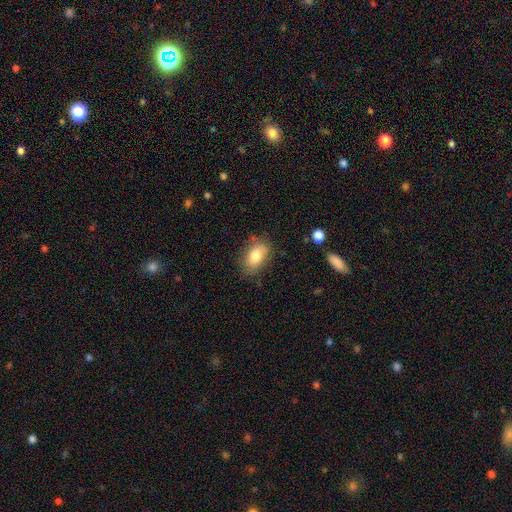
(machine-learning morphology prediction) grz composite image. It shows a smooth galaxy with no disk features (80%) that is in between round and cigar-shaped (88%). Merging: none (78%).